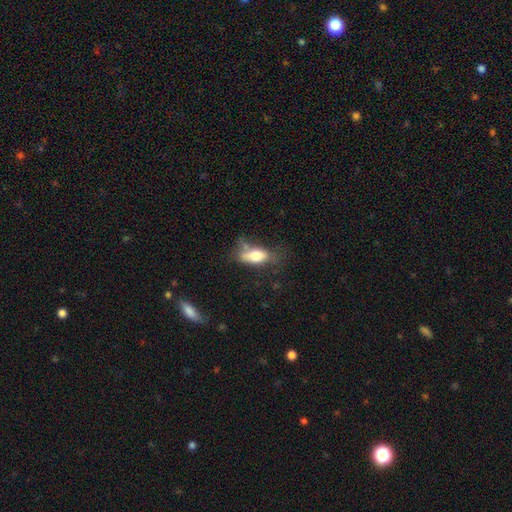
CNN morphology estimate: Smooth or featured?
  - smooth: 70% *
  - featured or disk: 23%
  - star or artifact: 8%
How rounded?
  - in between: 82% *
  - cigar-shaped: 13%
  - round: 5%
Merging?
  - none: 40% *
  - minor disturbance: 28%
  - major disturbance: 19%
  - merger: 13%